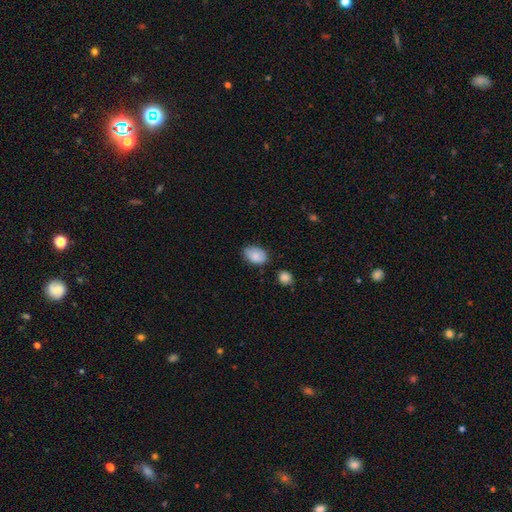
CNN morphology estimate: smooth-or-featured: smooth: 84% | featured or disk: 9% | star or artifact: 7%
  how-rounded: in between: 87% | round: 12% | cigar-shaped: 1%
  merging: none: 69% | minor disturbance: 24% | major disturbance: 4% | merger: 3%